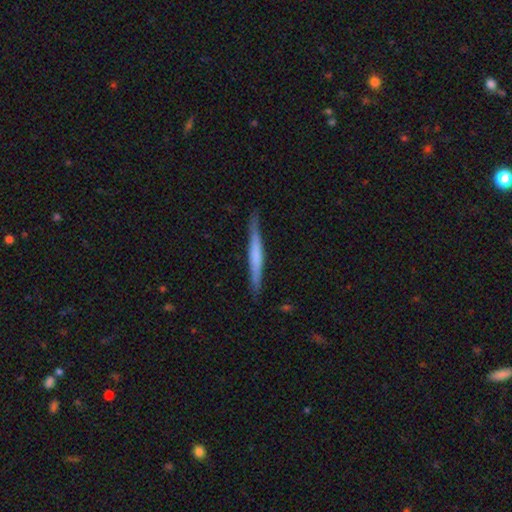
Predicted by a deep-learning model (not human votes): A featured or disk galaxy (51%) viewed edge-on (97%).

Vote fractions:
- Smooth or featured? featured or disk: 51% / smooth: 44% / star or artifact: 5%
- Edge-on disk? yes: 97% / no: 3%
- Merging? none: 88% / minor disturbance: 9% / major disturbance: 2% / merger: 1%